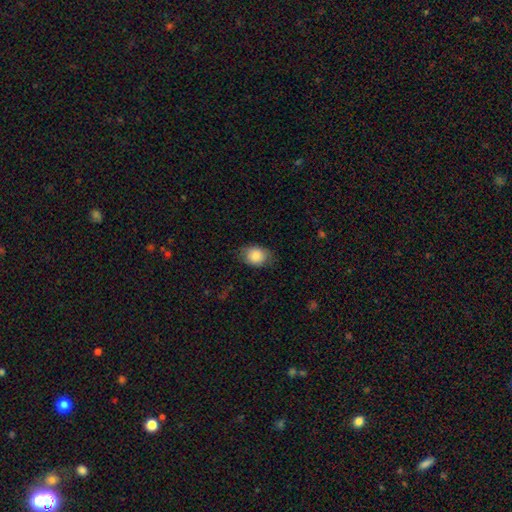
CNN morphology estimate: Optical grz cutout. It shows a smooth galaxy with no disk features (85%) that is in between round and cigar-shaped (57%). Merging: none (74%).